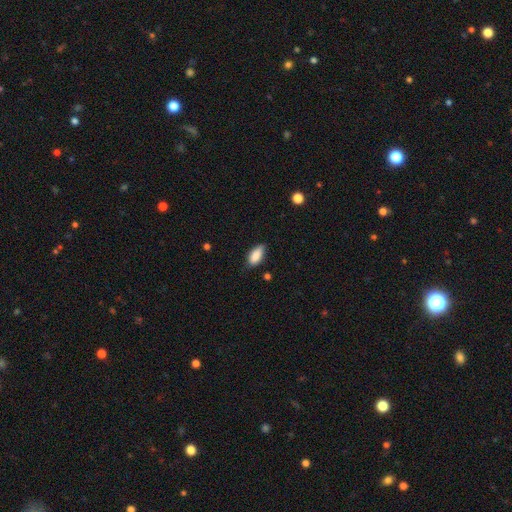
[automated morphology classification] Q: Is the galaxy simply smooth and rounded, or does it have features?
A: smooth — 87%.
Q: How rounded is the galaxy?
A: in between — 89%.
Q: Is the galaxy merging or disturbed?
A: none — 72%.